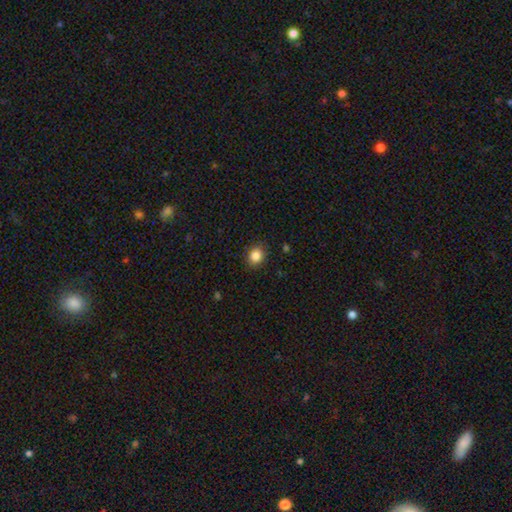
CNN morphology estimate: A smooth galaxy with no disk features (86%) that is round (65%).

Vote fractions:
- Smooth or featured? smooth: 86% / star or artifact: 10% / featured or disk: 4%
- How rounded? round: 65% / in between: 34% / cigar-shaped: 1%
- Merging? none: 89% / minor disturbance: 8% / major disturbance: 2% / merger: 1%